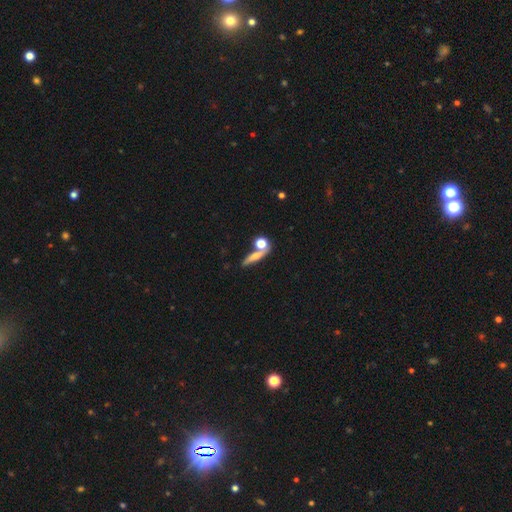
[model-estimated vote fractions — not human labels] smooth_or_featured: smooth (p=0.57) [alt: featured or disk p=0.30]
how_rounded: cigar-shaped (p=0.52) [alt: round p=0.24]
merging: none (p=0.56) [alt: merger p=0.25]